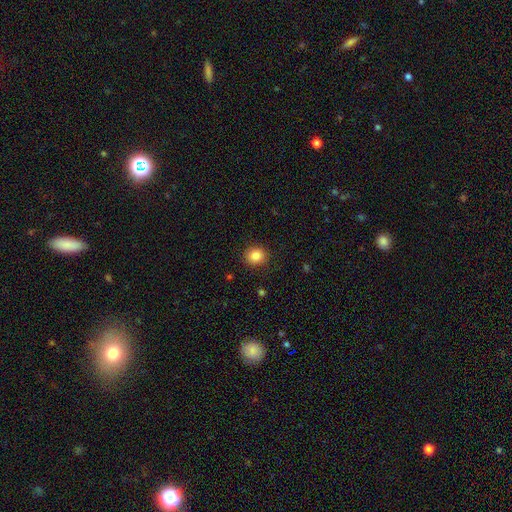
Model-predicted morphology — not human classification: Smooth or featured: smooth — 85% (star or artifact — 10%)
How rounded: round — 80% (in between — 19%)
Merging: none — 90% (minor disturbance — 7%)